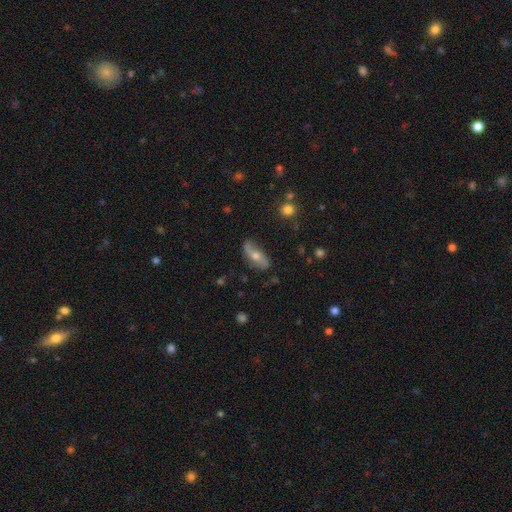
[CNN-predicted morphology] Smooth or featured: featured or disk — 55% (smooth — 36%)
Edge-on disk: no — 78% (yes — 22%)
Merging: none — 69% (minor disturbance — 21%)